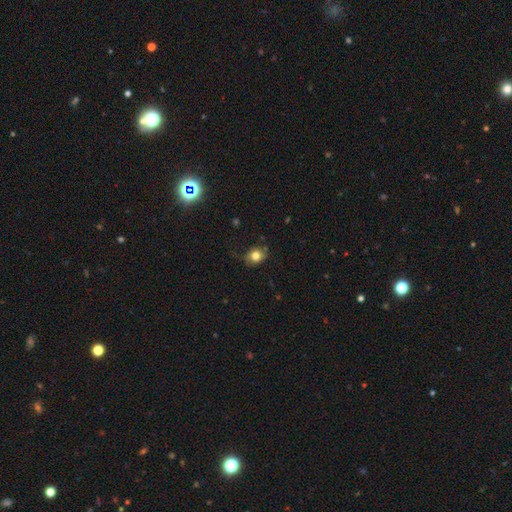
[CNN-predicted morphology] The model was most divided on "how rounded": round: 54%, in between: 45%, cigar-shaped: 1%. More confident: smooth or featured — smooth (77%); merging — none (70%).